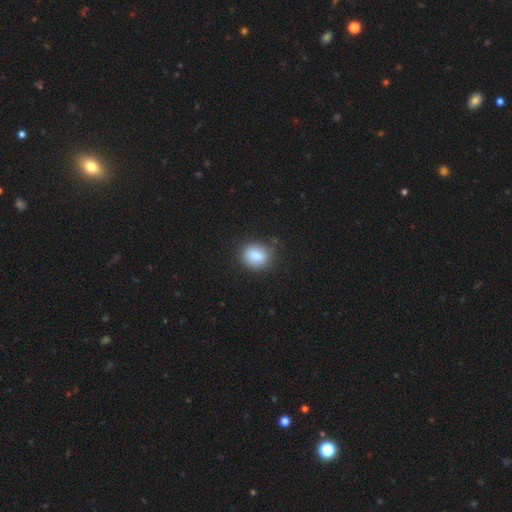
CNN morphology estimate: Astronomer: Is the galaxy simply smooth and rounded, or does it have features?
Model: smooth — 84%.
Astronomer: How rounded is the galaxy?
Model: in between — 50% (runner-up: round, 48%).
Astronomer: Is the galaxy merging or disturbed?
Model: none — 77%.